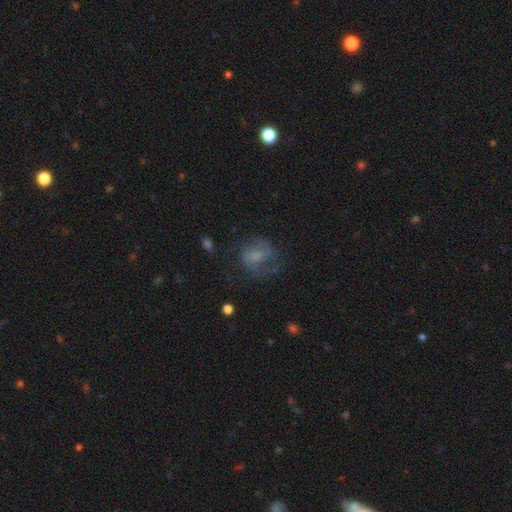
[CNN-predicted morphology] smooth-or-featured: featured or disk: 56% | smooth: 33% | star or artifact: 11%
  disk-edge-on: no: 97% | yes: 3%
    bar: no: 46% | weak: 42% | strong: 12%
    has-spiral-arms: yes: 79% | no: 21%
    bulge-size: small: 34% | moderate: 30% | none: 25% | large: 10% | dominant: 2%
  merging: none: 52% | major disturbance: 25% | minor disturbance: 21% | merger: 2%